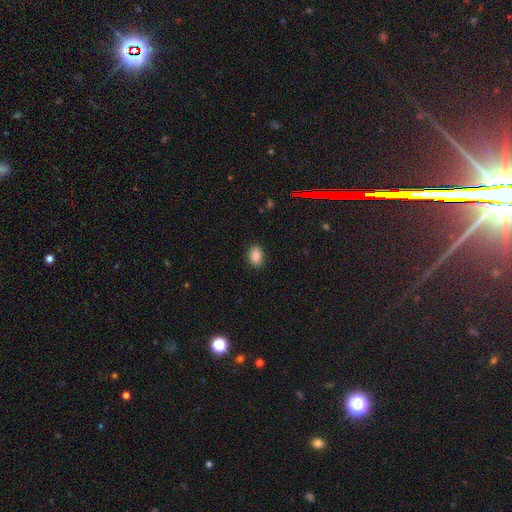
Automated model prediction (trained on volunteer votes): smooth 85%, star or artifact 9%, featured or disk 6%. Down the decision tree: how rounded — in between (85%); merging — none (89%).